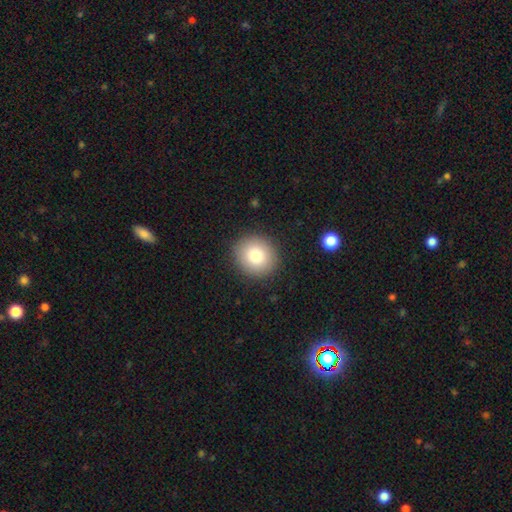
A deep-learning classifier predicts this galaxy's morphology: A smooth galaxy with no disk features (80%) that is round (90%). Merging: none (90%).